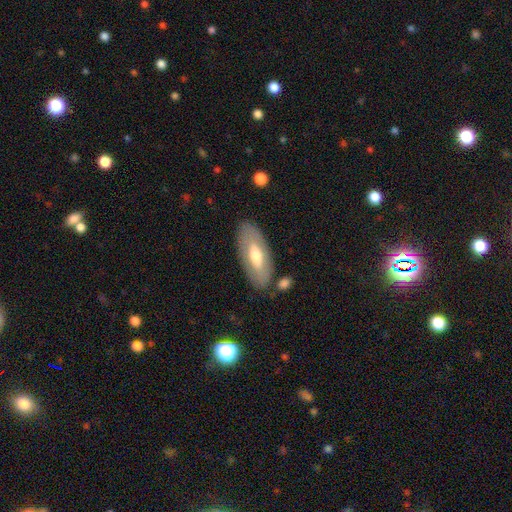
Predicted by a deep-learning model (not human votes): smooth-or-featured: smooth: 51% | featured or disk: 43% | star or artifact: 6%
  how-rounded: in between: 81% | cigar-shaped: 17% | round: 2%
  merging: none: 80% | minor disturbance: 12% | merger: 4% | major disturbance: 4%